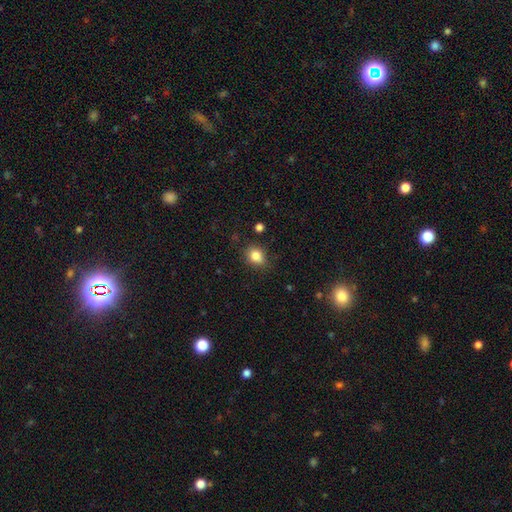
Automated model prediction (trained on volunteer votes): smooth_or_featured: smooth (p=0.83) [alt: star or artifact p=0.11]
how_rounded: round (p=0.58) [alt: in between p=0.41]
merging: none (p=0.73) [alt: minor disturbance p=0.19]